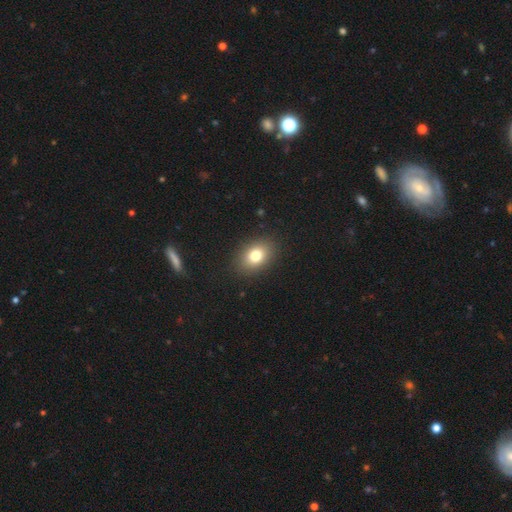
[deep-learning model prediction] Smooth or featured?
  - smooth: 79% *
  - featured or disk: 11%
  - star or artifact: 11%
How rounded?
  - in between: 72% *
  - round: 27%
  - cigar-shaped: 1%
Merging?
  - none: 88% *
  - minor disturbance: 8%
  - major disturbance: 3%
  - merger: 1%